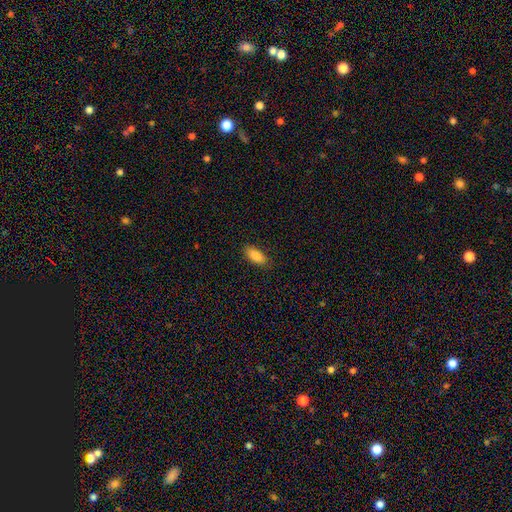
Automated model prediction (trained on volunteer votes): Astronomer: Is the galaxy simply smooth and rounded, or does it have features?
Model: smooth — 88%.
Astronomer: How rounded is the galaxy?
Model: in between — 88%.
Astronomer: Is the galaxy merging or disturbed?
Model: none — 84%.